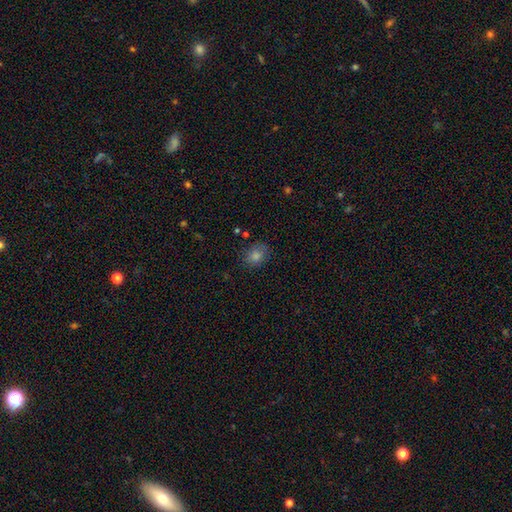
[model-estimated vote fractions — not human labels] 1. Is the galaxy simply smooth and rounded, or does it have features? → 72% smooth, 18% star or artifact, 9% featured or disk.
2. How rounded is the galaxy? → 60% round, 39% in between, 1% cigar-shaped.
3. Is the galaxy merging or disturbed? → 81% none, 14% minor disturbance, 4% major disturbance, 2% merger.